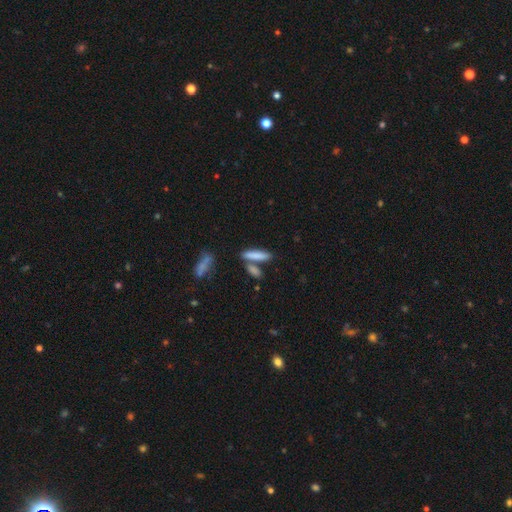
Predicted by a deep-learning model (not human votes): This is likely a smooth galaxy (80%). How rounded: likely cigar-shaped (74%). Merging: likely none (63%).